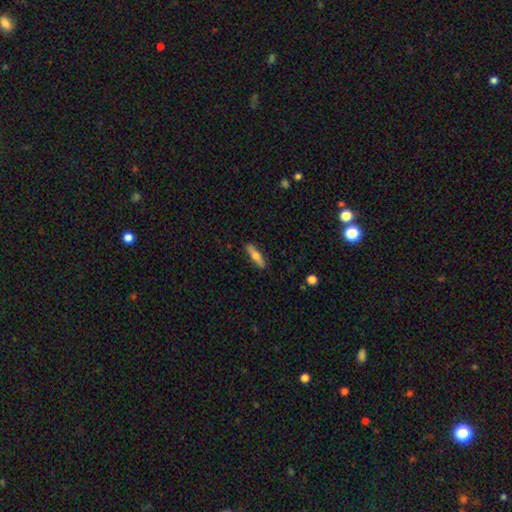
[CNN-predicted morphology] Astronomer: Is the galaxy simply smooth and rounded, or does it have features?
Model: smooth — 65%.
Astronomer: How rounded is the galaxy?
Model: cigar-shaped — 77%.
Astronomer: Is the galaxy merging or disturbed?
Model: none — 89%.